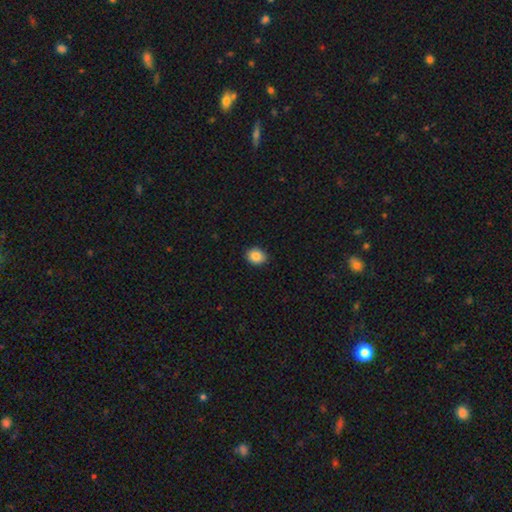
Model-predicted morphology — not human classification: Overall: smooth (86%). How rounded: round (55%; in between 44%). Merging: none (89%).